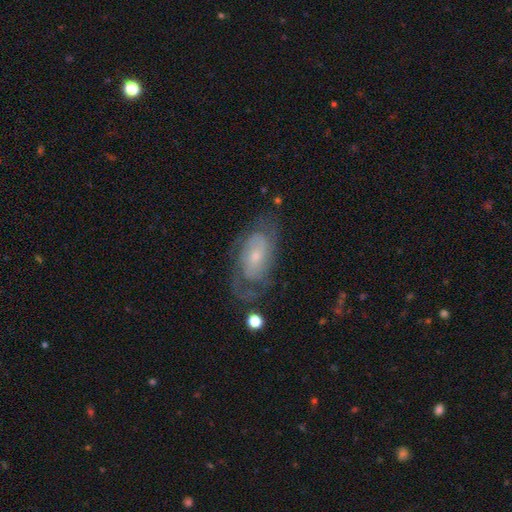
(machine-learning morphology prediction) Smooth or featured: featured or disk — 75% (smooth — 18%)
Edge-on disk: no — 95% (yes — 5%)
Bar: no — 62% (weak — 32%)
Spiral arms: yes — 88% (no — 12%)
Spiral winding: tight — 49% (medium — 38%)
Spiral arm count: 2 — 45% (can't tell — 35%)
Bulge size: small — 65% (moderate — 28%)
Merging: none — 58% (minor disturbance — 23%)